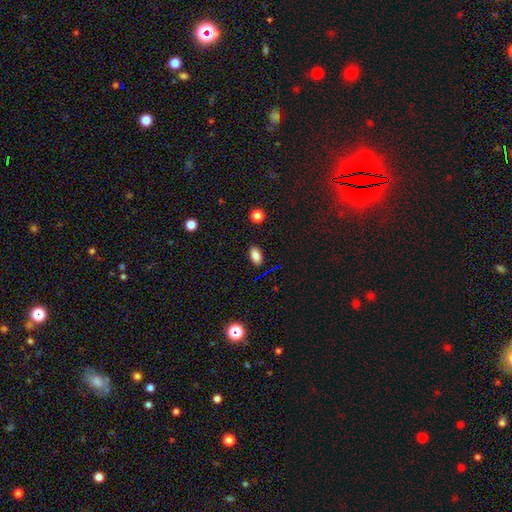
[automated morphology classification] Smooth or featured: smooth — 82% (star or artifact — 11%)
How rounded: in between — 89% (round — 8%)
Merging: none — 86% (minor disturbance — 10%)